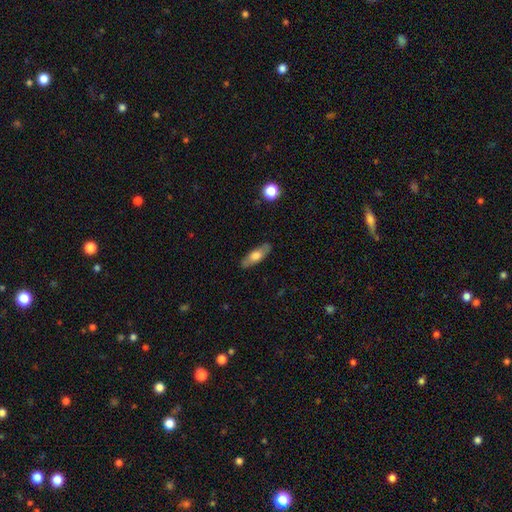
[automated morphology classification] Smooth or featured?
  - smooth: 59% *
  - featured or disk: 35%
  - star or artifact: 6%
How rounded?
  - in between: 58% *
  - cigar-shaped: 40%
  - round: 3%
Merging?
  - none: 85% *
  - minor disturbance: 11%
  - major disturbance: 2%
  - merger: 1%